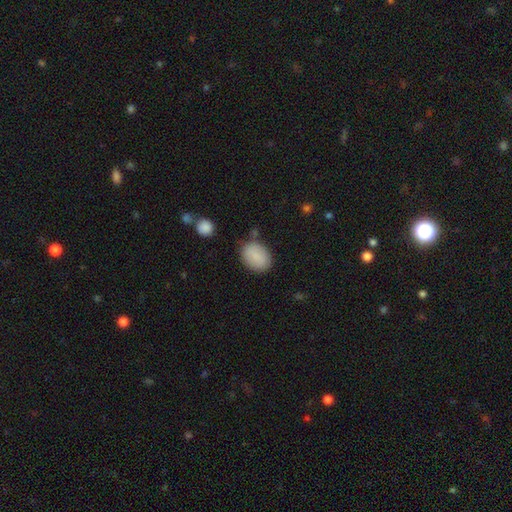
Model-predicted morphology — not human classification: A smooth galaxy with no disk features (86%) that is in between round and cigar-shaped (73%).

Vote fractions:
- Smooth or featured? smooth: 86% / featured or disk: 7% / star or artifact: 7%
- How rounded? in between: 73% / round: 26% / cigar-shaped: 1%
- Merging? none: 80% / minor disturbance: 13% / major disturbance: 3% / merger: 3%